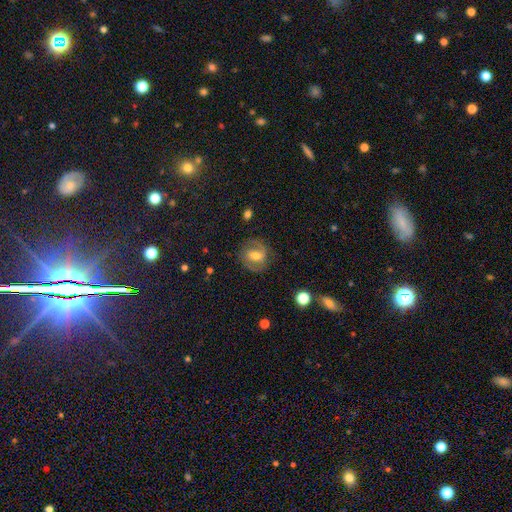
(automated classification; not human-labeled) Morphology: type=featured or disk (61%); edge-on=no (96%); bar=weak (45%); spiral arms=yes (77%); bulge=moderate (64%); merging=none (80%).